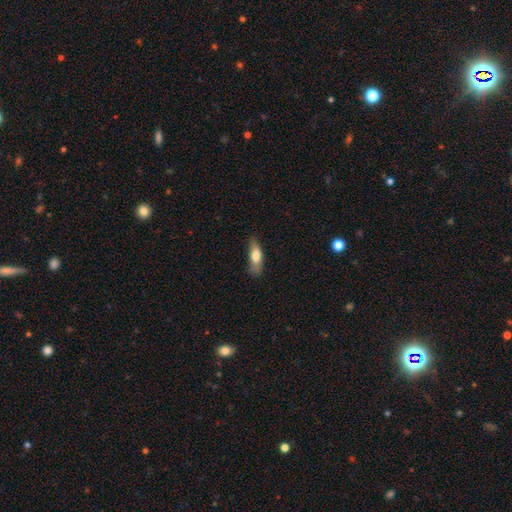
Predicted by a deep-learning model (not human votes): Overall: smooth (73%). How rounded: in between (61%; cigar-shaped 37%). Merging: none (62%; minor disturbance 28%).